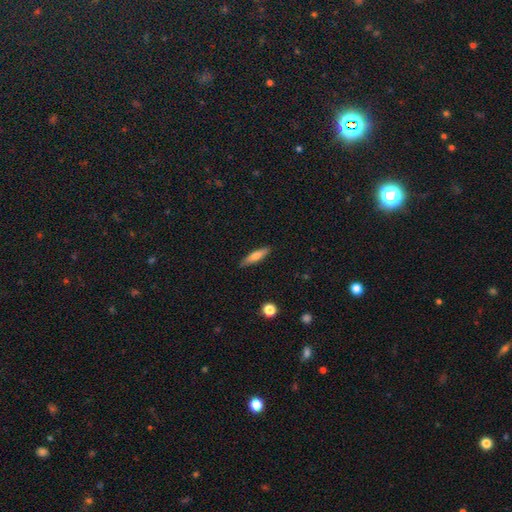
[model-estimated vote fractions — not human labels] smooth-or-featured: smooth: 69% | featured or disk: 24% | star or artifact: 7%
  how-rounded: cigar-shaped: 77% | in between: 21% | round: 2%
  merging: none: 88% | minor disturbance: 9% | major disturbance: 2% | merger: 1%